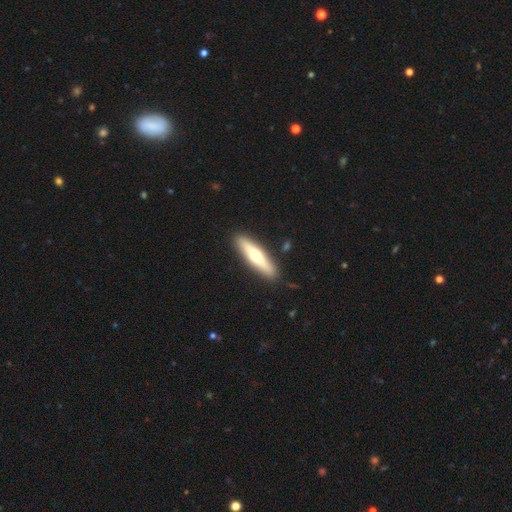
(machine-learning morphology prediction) Smooth or featured? smooth (49%)
Merging? none (90%)